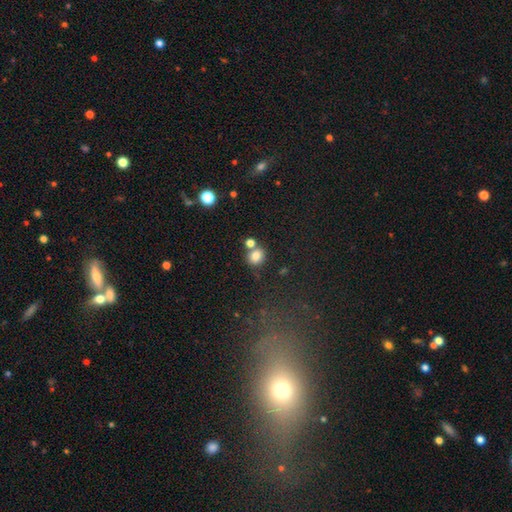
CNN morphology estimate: Smooth or featured?
  - smooth: 81% *
  - star or artifact: 12%
  - featured or disk: 7%
How rounded?
  - round: 74% *
  - in between: 25%
  - cigar-shaped: 1%
Merging?
  - none: 60% *
  - merger: 26%
  - minor disturbance: 10%
  - major disturbance: 4%